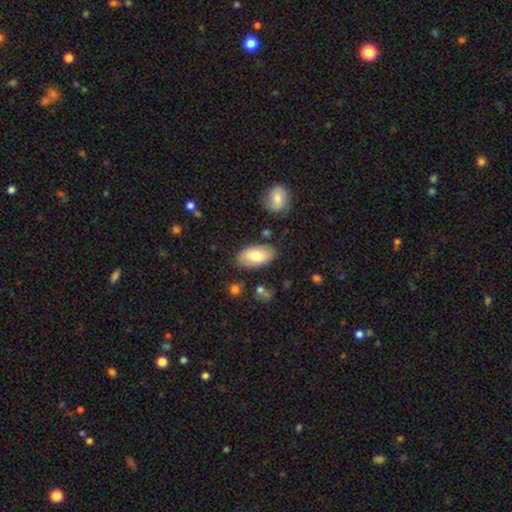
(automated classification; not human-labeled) Smooth or featured: smooth — 76% (featured or disk — 18%)
How rounded: in between — 95% (round — 3%)
Merging: none — 81% (minor disturbance — 13%)